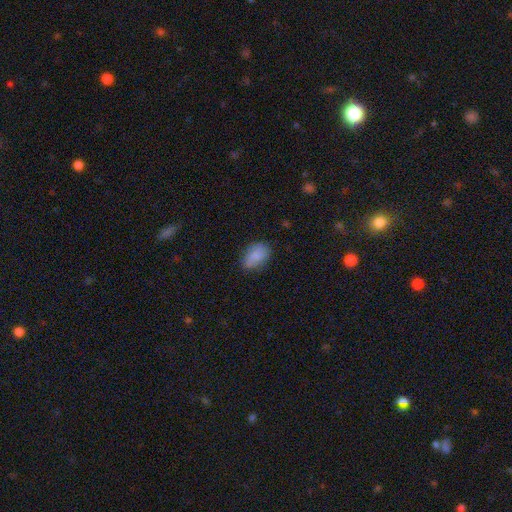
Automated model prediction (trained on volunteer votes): smooth_or_featured: smooth (p=0.83) [alt: featured or disk p=0.09]
how_rounded: in between (p=0.86) [alt: round p=0.13]
merging: none (p=0.68) [alt: minor disturbance p=0.24]